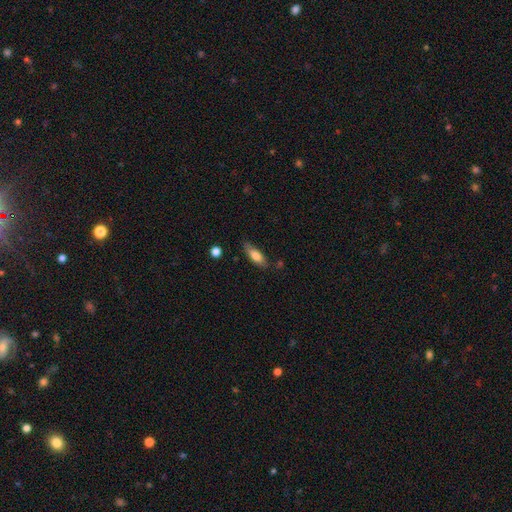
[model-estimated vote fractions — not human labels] smooth_or_featured: smooth (p=0.73) [alt: featured or disk p=0.21]
how_rounded: in between (p=0.64) [alt: cigar-shaped p=0.34]
merging: none (p=0.73) [alt: minor disturbance p=0.20]